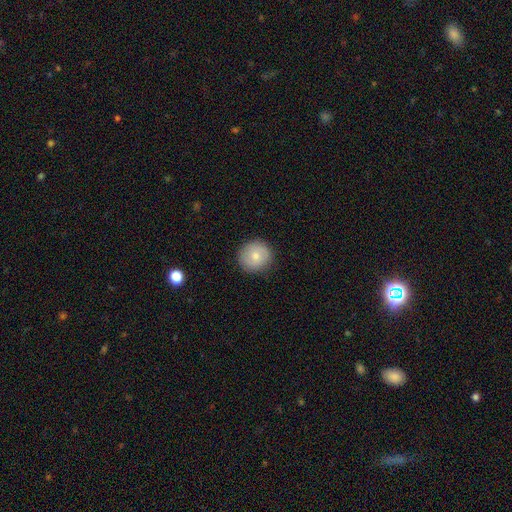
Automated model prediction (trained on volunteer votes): Q: Smooth or featured?
A: smooth (76%); runner-up: featured or disk (17%)
Q: How rounded?
A: round (91%); runner-up: in between (8%)
Q: Merging?
A: none (88%); runner-up: minor disturbance (9%)